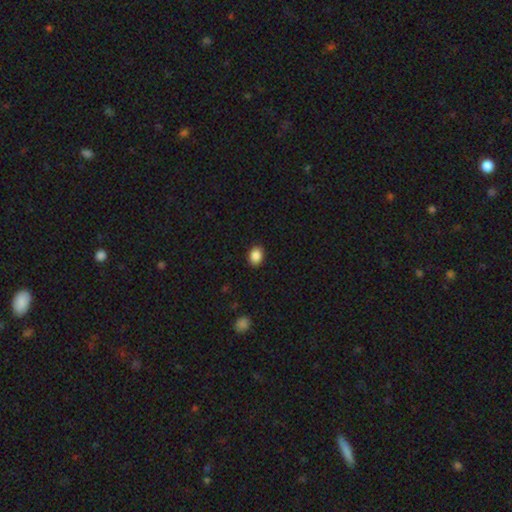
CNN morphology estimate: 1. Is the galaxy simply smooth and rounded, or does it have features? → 88% smooth, 8% star or artifact, 3% featured or disk.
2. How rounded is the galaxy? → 65% in between, 34% round, 1% cigar-shaped.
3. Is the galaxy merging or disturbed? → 90% none, 7% minor disturbance, 2% major disturbance, 1% merger.